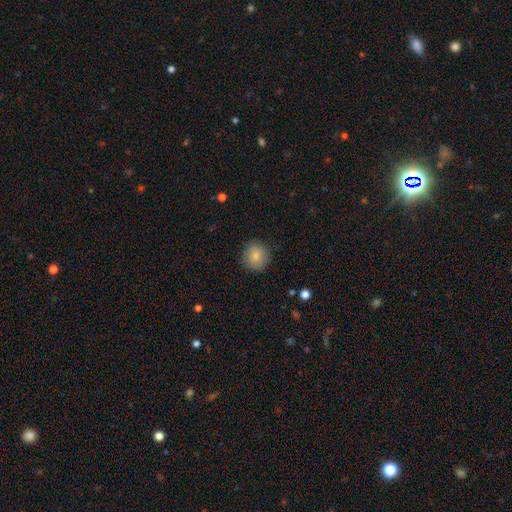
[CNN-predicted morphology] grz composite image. It shows a smooth galaxy with no disk features (83%) that is round (93%). Merging: none (87%).